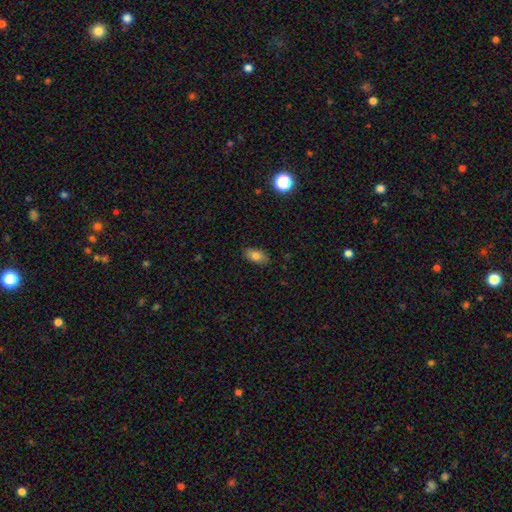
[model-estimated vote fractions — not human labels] Smooth or featured?
  - smooth: 81% *
  - featured or disk: 10%
  - star or artifact: 9%
How rounded?
  - in between: 91% *
  - round: 5%
  - cigar-shaped: 4%
Merging?
  - none: 86% *
  - minor disturbance: 11%
  - major disturbance: 2%
  - merger: 1%